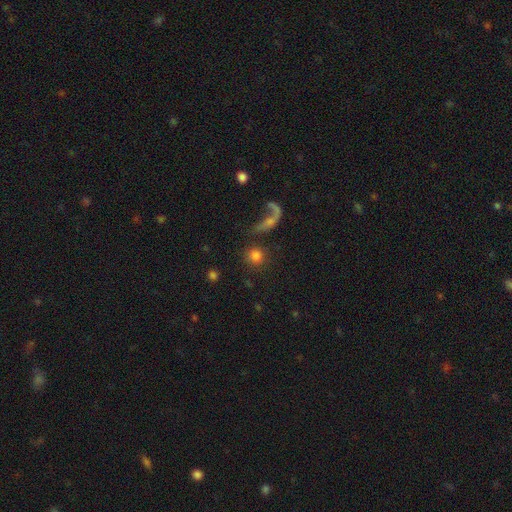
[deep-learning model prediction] Morphology: type=smooth (75%); roundness=round (90%); merging=none (65%).